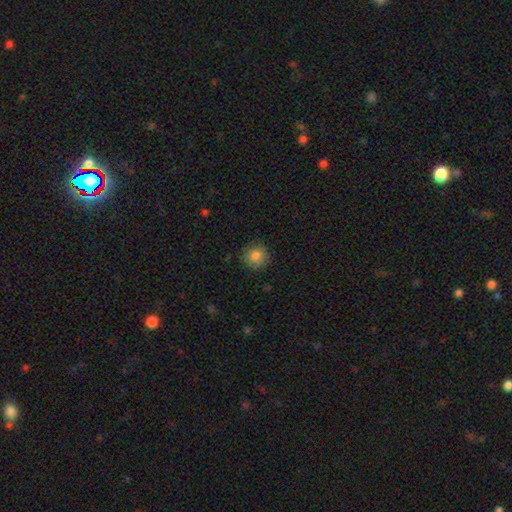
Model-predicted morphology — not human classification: This appears to be a smooth galaxy with no disk features (83%) that is round (90%). Merging: none (85%).